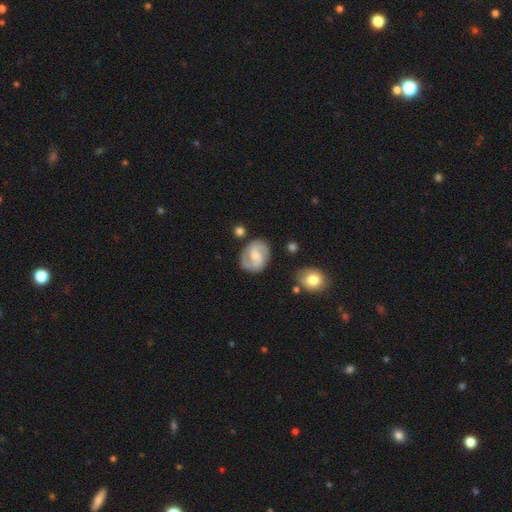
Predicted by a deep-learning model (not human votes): smooth_or_featured: featured or disk (p=0.77) [alt: smooth p=0.18]
disk_edge_on: no (p=0.98) [alt: yes p=0.02]
bar: weak (p=0.51) [alt: no p=0.35]
has_spiral_arms: yes (p=0.94) [alt: no p=0.06]
spiral_winding: medium (p=0.51) [alt: tight p=0.32]
spiral_arm_count: 2 (p=0.88) [alt: can't tell p=0.06]
bulge_size: small (p=0.42) [alt: moderate p=0.39]
merging: none (p=0.78) [alt: minor disturbance p=0.14]